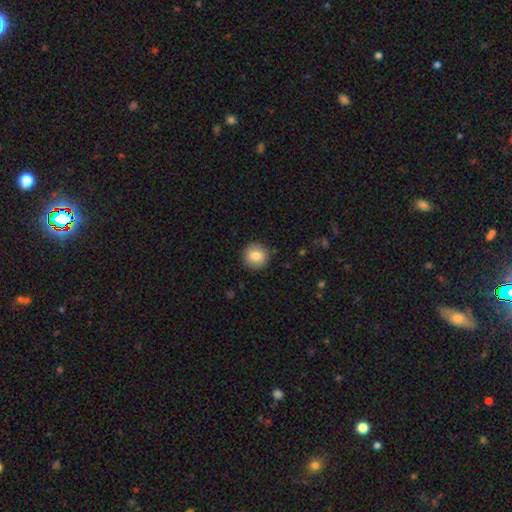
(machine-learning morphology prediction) Smooth or featured? Predicted: smooth (p=0.83). How rounded? Predicted: round (p=0.91). Merging? Predicted: none (p=0.90).